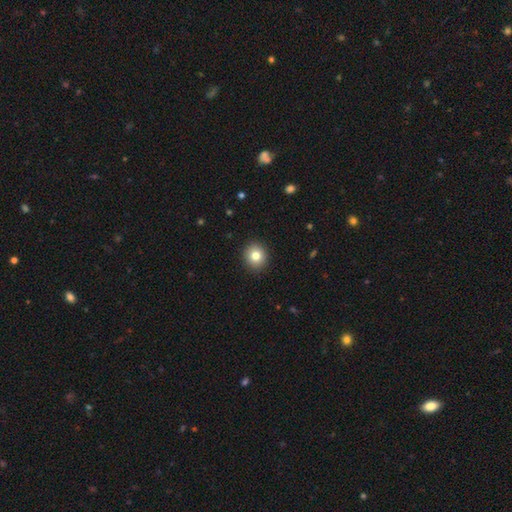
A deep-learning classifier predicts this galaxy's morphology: This is clearly a smooth galaxy (80%). How rounded: clearly round (84%). Merging: clearly none (92%).